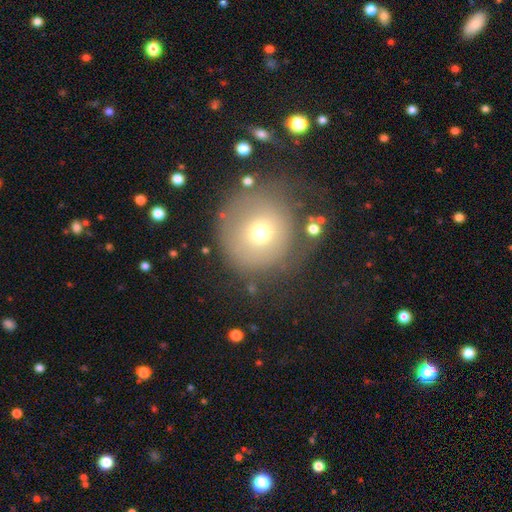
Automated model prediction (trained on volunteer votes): Q: Smooth or featured?
A: smooth (59%); runner-up: featured or disk (22%)
Q: How rounded?
A: round (93%); runner-up: in between (6%)
Q: Merging?
A: none (74%); runner-up: minor disturbance (14%)